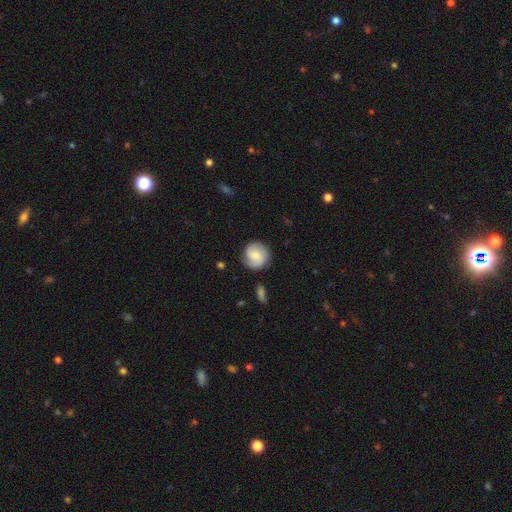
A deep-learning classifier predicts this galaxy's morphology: smooth_or_featured: smooth (p=0.48) [alt: featured or disk p=0.46]
merging: none (p=0.79) [alt: minor disturbance p=0.15]